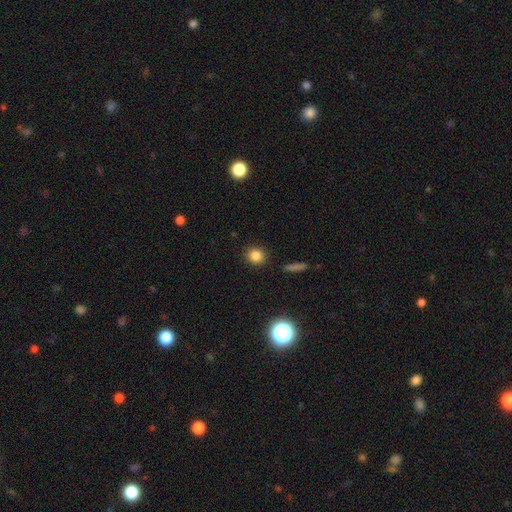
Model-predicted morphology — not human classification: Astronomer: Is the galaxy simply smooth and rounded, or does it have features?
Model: smooth — 83%.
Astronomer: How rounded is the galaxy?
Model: round — 84%.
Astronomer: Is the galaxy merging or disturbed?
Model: none — 89%.